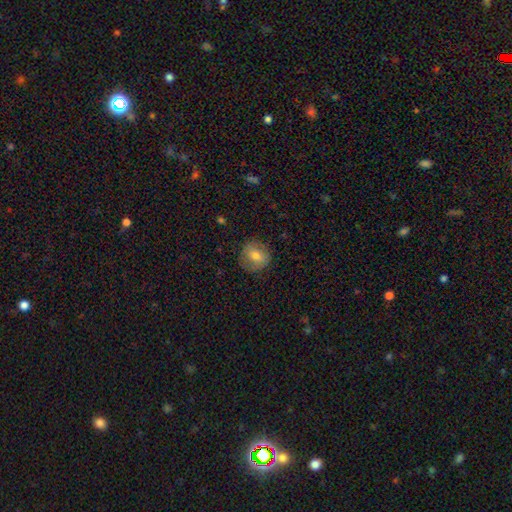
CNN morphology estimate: This appears to be a smooth galaxy with no disk features (69%) that is round (84%). Merging: none (82%).